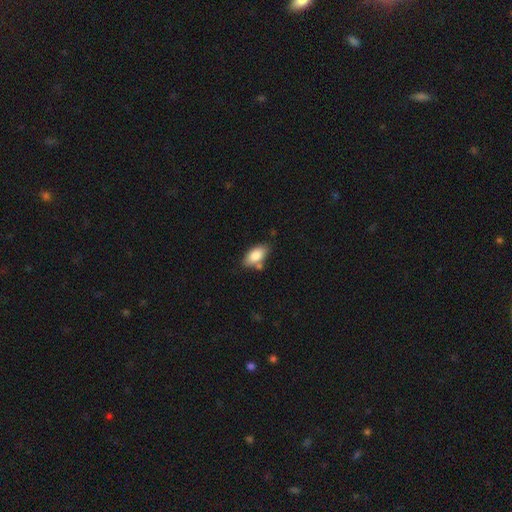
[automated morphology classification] Smooth or featured?
  - smooth: 84% *
  - featured or disk: 10%
  - star or artifact: 7%
How rounded?
  - in between: 90% *
  - cigar-shaped: 6%
  - round: 3%
Merging?
  - none: 72% *
  - minor disturbance: 15%
  - merger: 10%
  - major disturbance: 3%